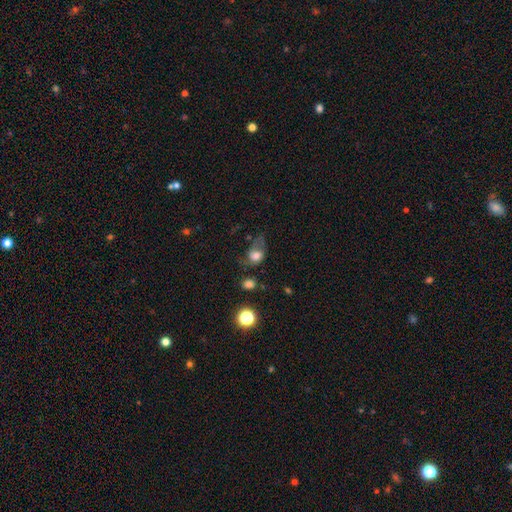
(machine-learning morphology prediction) Smooth or featured?
  - smooth: 70% *
  - featured or disk: 19%
  - star or artifact: 11%
How rounded?
  - in between: 51% *
  - round: 47%
  - cigar-shaped: 1%
Merging?
  - major disturbance: 41% *
  - none: 27%
  - minor disturbance: 26%
  - merger: 6%